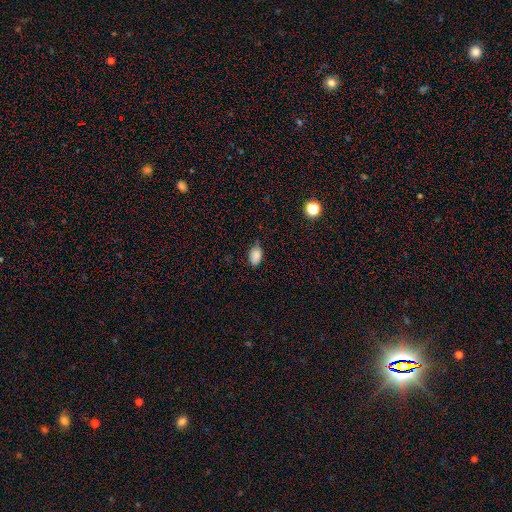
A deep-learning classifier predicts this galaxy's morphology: A smooth galaxy with no disk features (86%) that is in between round and cigar-shaped (88%). Merging: none (72%).